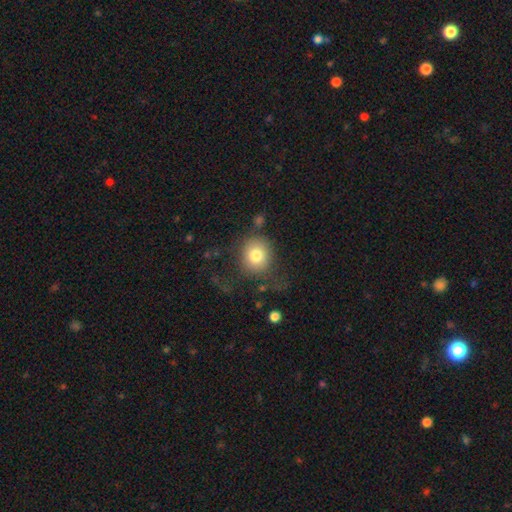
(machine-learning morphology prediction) This appears to be a smooth galaxy with no disk features (78%) that is round (85%). Merging: none (65%).